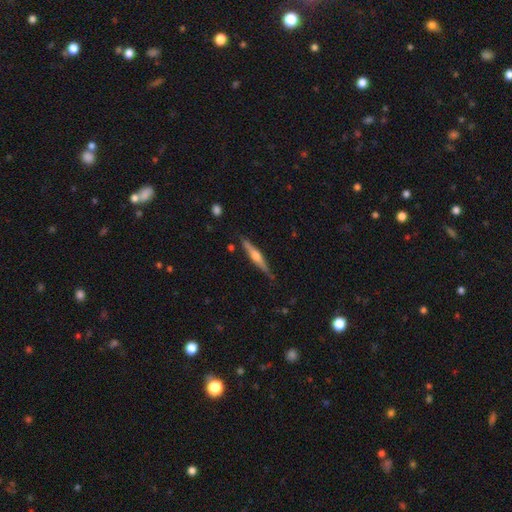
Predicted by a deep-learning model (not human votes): Q: Smooth or featured?
A: featured or disk (69%); runner-up: smooth (25%)
Q: Edge-on disk?
A: yes (98%); runner-up: no (2%)
Q: Edge-on bulge?
A: rounded (89%); runner-up: boxy (6%)
Q: Merging?
A: none (83%); runner-up: minor disturbance (12%)